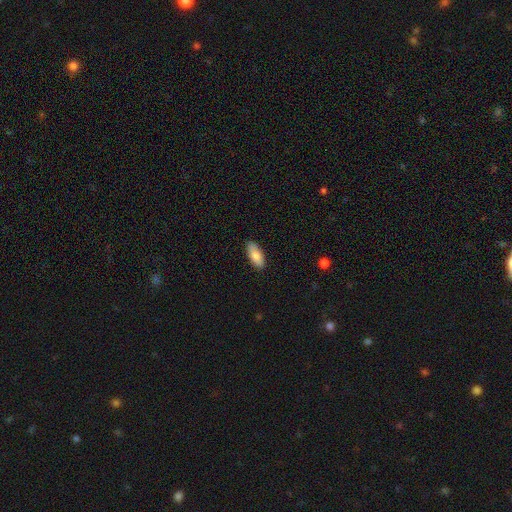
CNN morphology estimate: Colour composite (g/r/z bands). It shows a smooth galaxy with no disk features (81%) that is in between round and cigar-shaped (84%). Merging: none (86%).